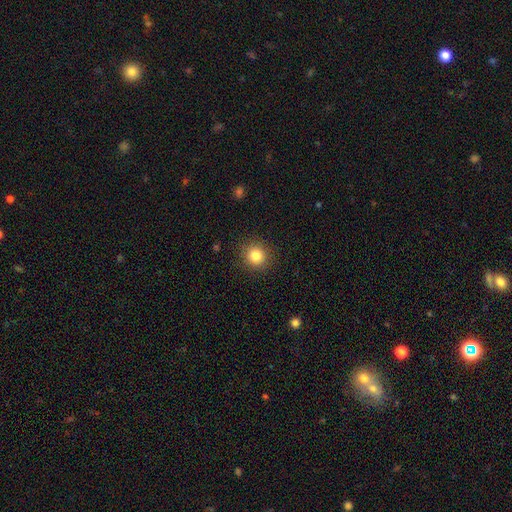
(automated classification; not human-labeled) smooth 83%, star or artifact 11%, featured or disk 6%. Down the decision tree: how rounded — round (91%); merging — none (90%).